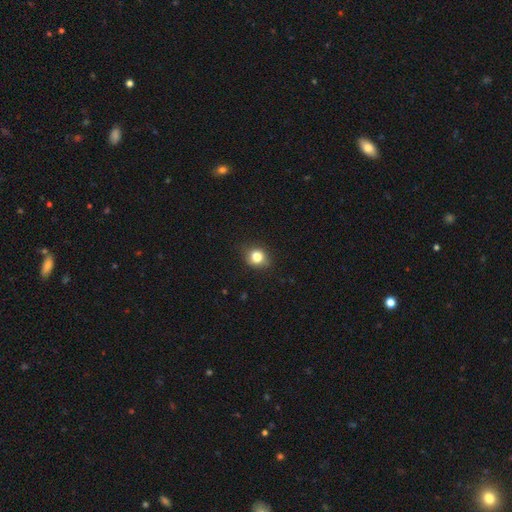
This is clearly a smooth galaxy (87%). How rounded: likely round (62%). Merging: likely none (78%).